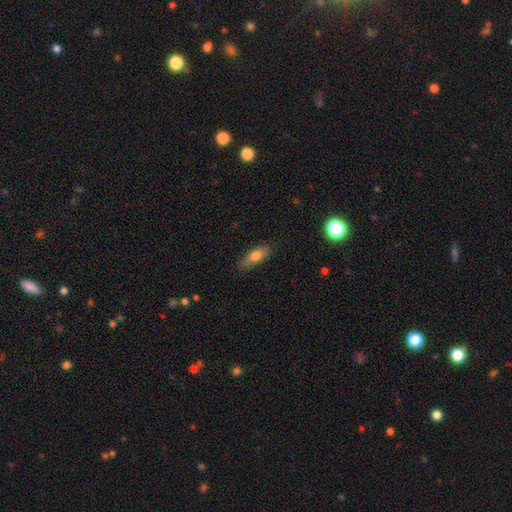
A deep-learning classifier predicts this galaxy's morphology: Smooth or featured?
  - smooth: 71% *
  - featured or disk: 22%
  - star or artifact: 7%
How rounded?
  - in between: 63% *
  - cigar-shaped: 33%
  - round: 3%
Merging?
  - none: 82% *
  - minor disturbance: 14%
  - major disturbance: 3%
  - merger: 1%